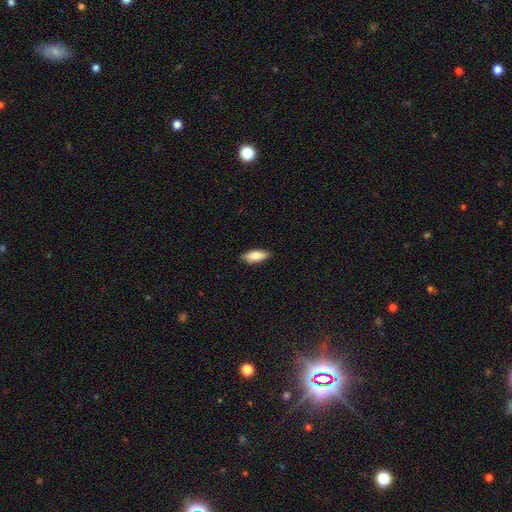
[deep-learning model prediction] Smooth or featured? smooth (84%)
How rounded? in between (74%)
Merging? none (86%)